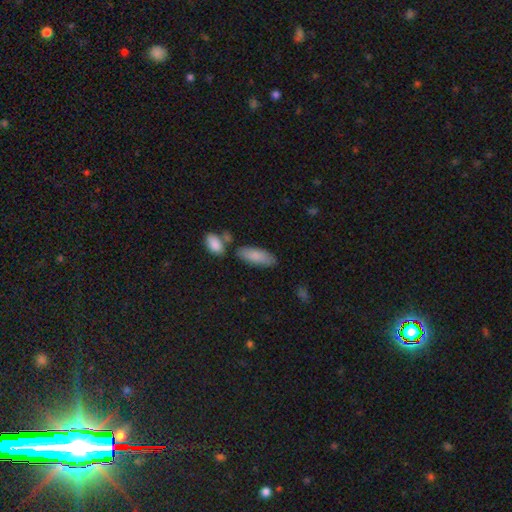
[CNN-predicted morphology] Q: Smooth or featured?
A: smooth (84%); runner-up: featured or disk (10%)
Q: How rounded?
A: in between (73%); runner-up: cigar-shaped (25%)
Q: Merging?
A: none (72%); runner-up: minor disturbance (14%)